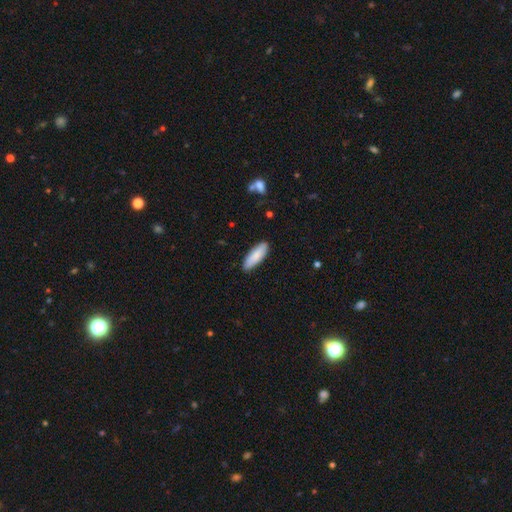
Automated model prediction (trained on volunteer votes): Smooth or featured: smooth — 85% (featured or disk — 9%)
How rounded: in between — 54% (cigar-shaped — 44%)
Merging: none — 88% (minor disturbance — 9%)